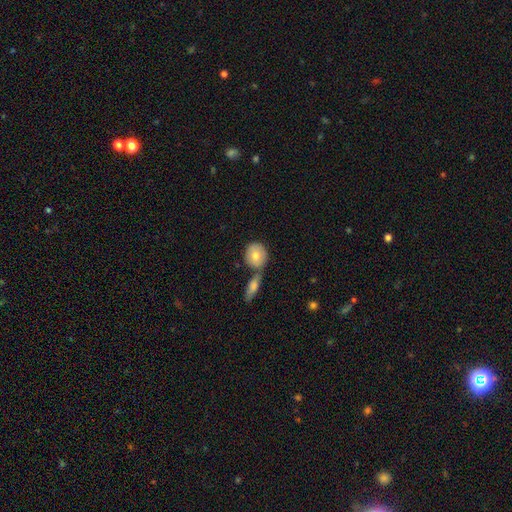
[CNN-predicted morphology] Smooth or featured? smooth (75%)
How rounded? round (77%)
Merging? none (54%)